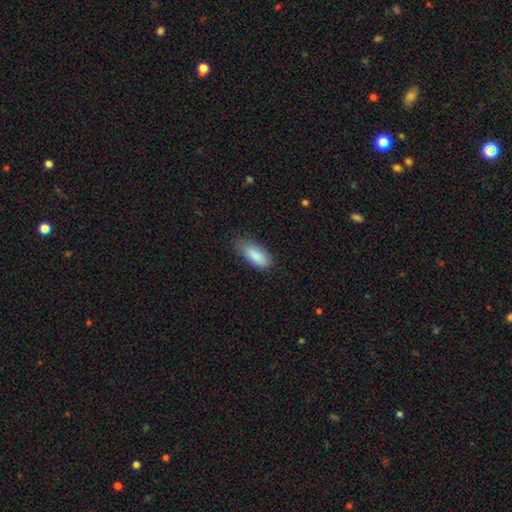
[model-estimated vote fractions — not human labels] A smooth galaxy with no disk features (89%) that is in between round and cigar-shaped (87%).

Vote fractions:
- Smooth or featured? smooth: 89% / star or artifact: 6% / featured or disk: 5%
- How rounded? in between: 87% / cigar-shaped: 11% / round: 2%
- Merging? none: 70% / minor disturbance: 24% / major disturbance: 5% / merger: 1%